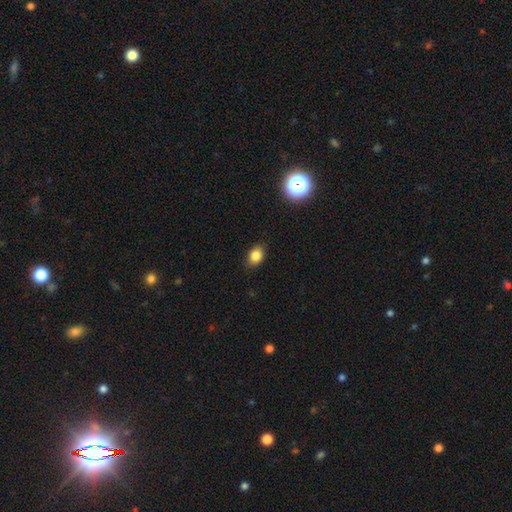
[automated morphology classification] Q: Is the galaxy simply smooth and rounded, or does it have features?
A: smooth — 83%.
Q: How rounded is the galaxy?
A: in between — 69%.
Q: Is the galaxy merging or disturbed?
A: none — 86%.